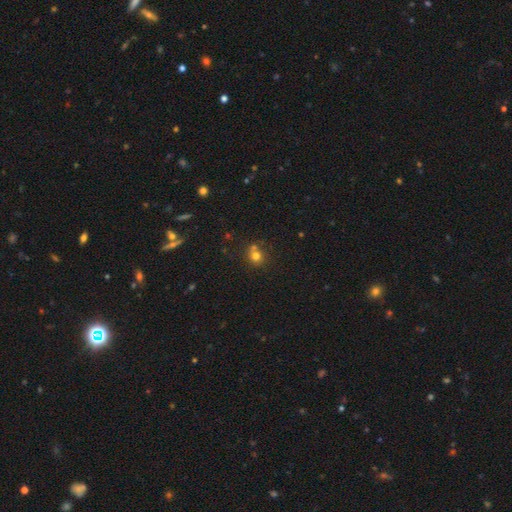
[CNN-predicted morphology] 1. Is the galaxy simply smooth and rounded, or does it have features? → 73% smooth, 16% star or artifact, 10% featured or disk.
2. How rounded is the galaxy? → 82% round, 17% in between, 1% cigar-shaped.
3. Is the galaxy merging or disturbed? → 56% none, 28% merger, 11% minor disturbance, 4% major disturbance.